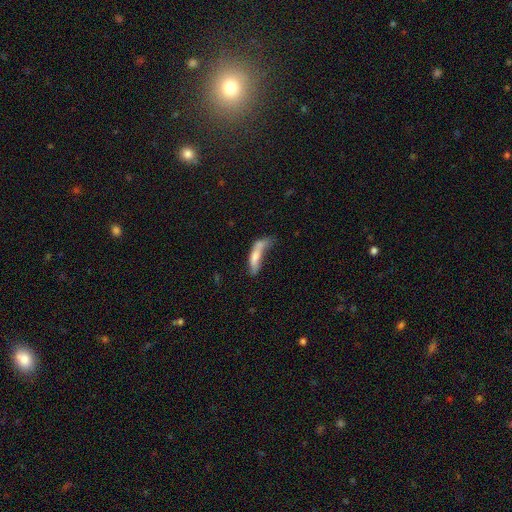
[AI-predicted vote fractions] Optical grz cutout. It shows a smooth galaxy with no disk features (64%) that is cigar-shaped (61%). Merging: merger (29%, tied with major disturbance).